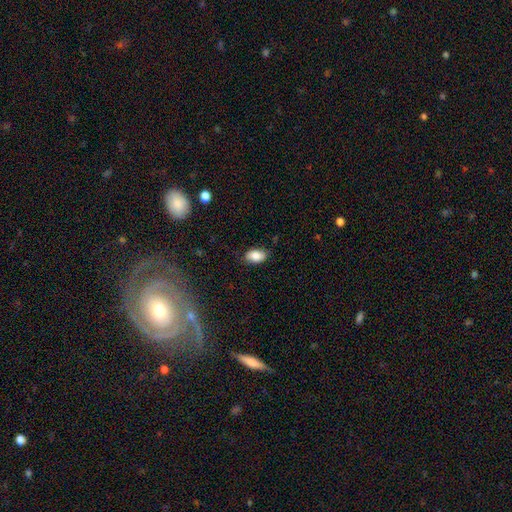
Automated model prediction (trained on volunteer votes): A smooth galaxy with no disk features (85%) that is in between round and cigar-shaped (92%). Merging: none (78%).